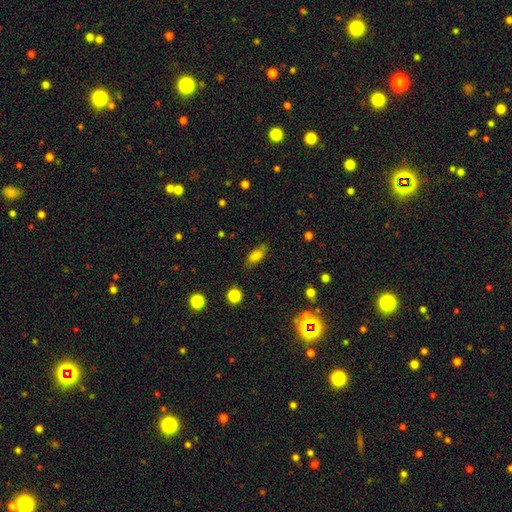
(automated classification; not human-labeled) smooth 75%, featured or disk 14%, star or artifact 10%. Down the decision tree: how rounded — in between (76%); merging — none (78%).